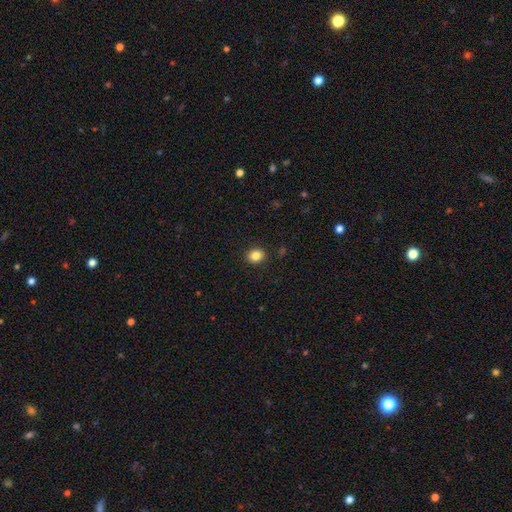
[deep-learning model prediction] Morphology: type=smooth (85%); roundness=round (62%); merging=none (91%).